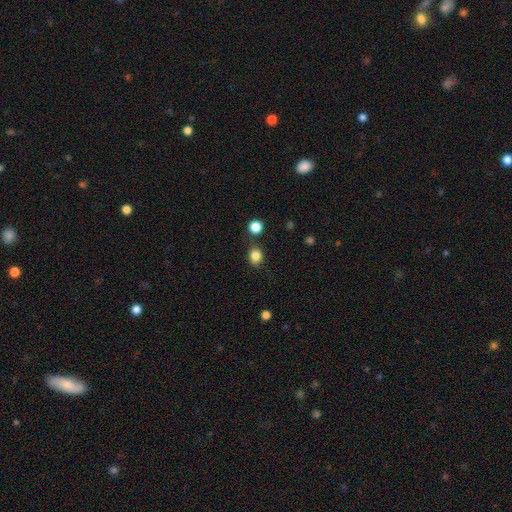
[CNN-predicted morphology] Smooth or featured? smooth (83%)
How rounded? round (64%)
Merging? none (77%)